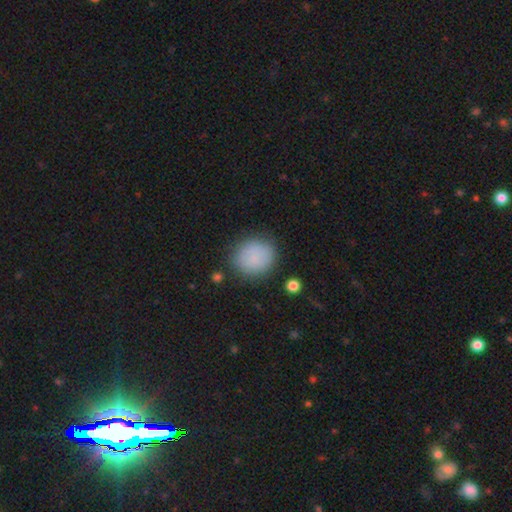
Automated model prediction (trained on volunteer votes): This is clearly a smooth galaxy (85%). How rounded: clearly round (82%). Merging: clearly none (84%).